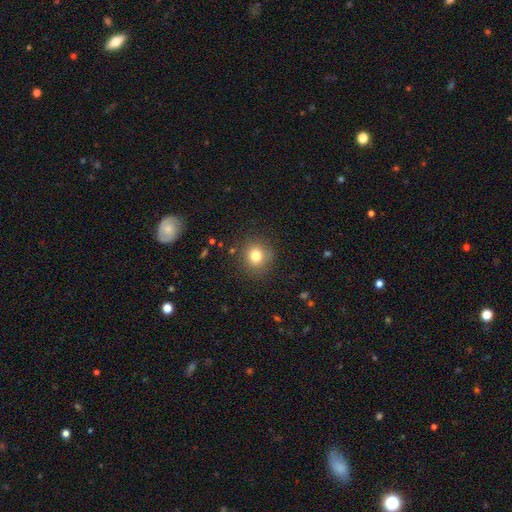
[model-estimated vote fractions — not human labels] This appears to be a smooth galaxy with no disk features (79%) that is round (88%). Merging: none (86%).